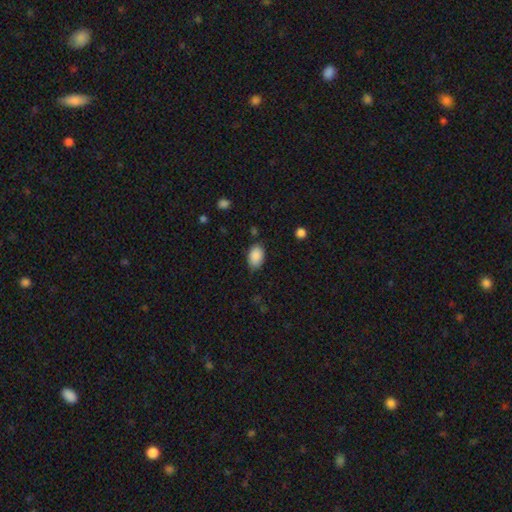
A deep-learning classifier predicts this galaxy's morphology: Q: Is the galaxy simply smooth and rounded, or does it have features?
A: smooth — 89%.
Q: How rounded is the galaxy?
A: in between — 88%.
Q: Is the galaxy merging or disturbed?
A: none — 80%.